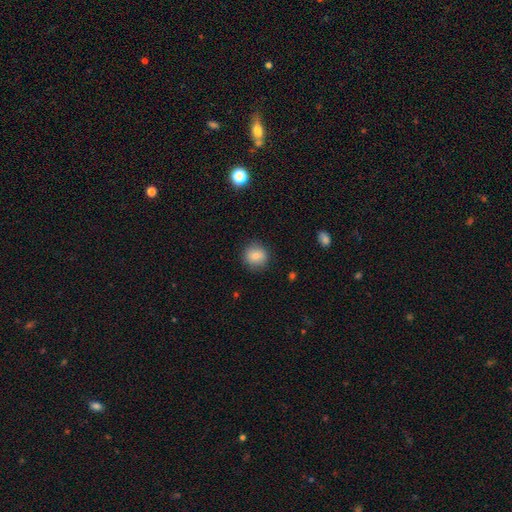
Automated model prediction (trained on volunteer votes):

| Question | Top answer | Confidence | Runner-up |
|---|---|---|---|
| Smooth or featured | smooth | 82% | star or artifact (9%) |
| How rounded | round | 89% | in between (10%) |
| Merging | none | 87% | minor disturbance (9%) |